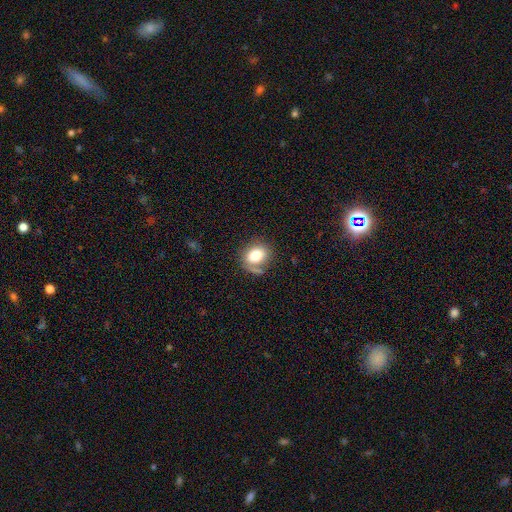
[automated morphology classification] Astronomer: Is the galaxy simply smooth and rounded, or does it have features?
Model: smooth — 77%.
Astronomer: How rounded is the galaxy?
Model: in between — 50% (runner-up: round, 49%).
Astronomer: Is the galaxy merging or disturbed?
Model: none — 63%.